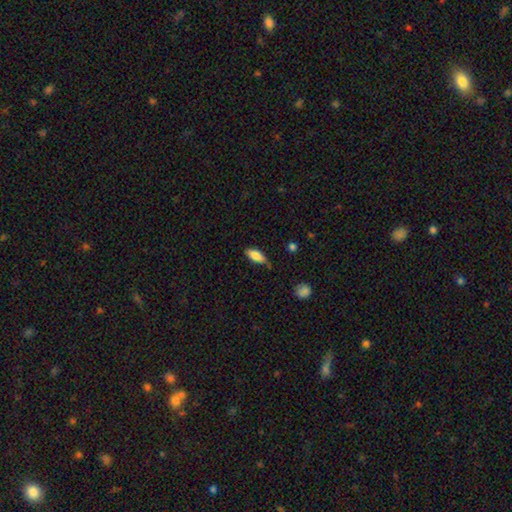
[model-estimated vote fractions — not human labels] Smooth or featured? smooth (81%)
How rounded? in between (77%)
Merging? none (73%)